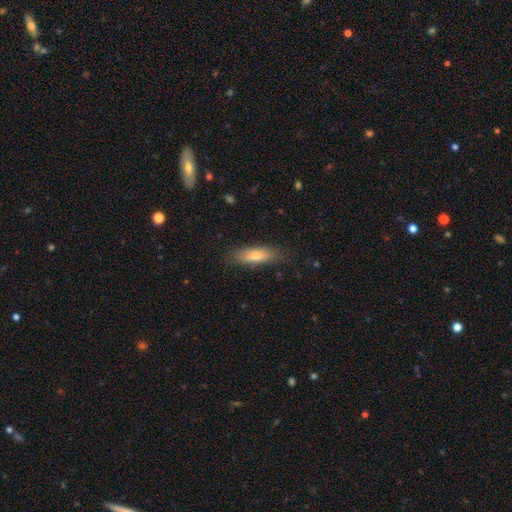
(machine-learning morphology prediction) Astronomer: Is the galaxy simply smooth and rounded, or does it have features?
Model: smooth — 69%.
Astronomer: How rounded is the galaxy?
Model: cigar-shaped — 55% (runner-up: in between, 43%).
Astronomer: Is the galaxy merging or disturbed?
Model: none — 81%.